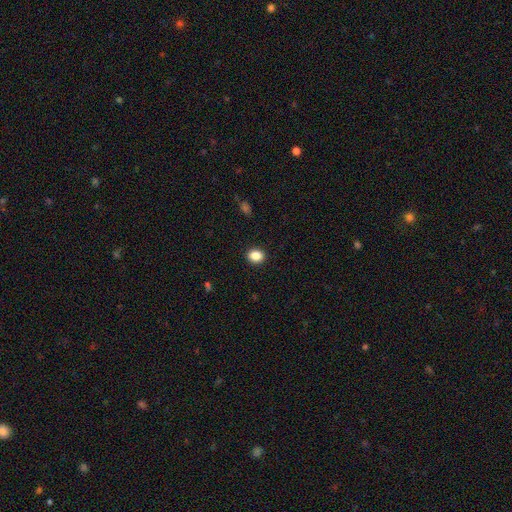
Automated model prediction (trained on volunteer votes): smooth-or-featured: smooth: 87% | star or artifact: 9% | featured or disk: 4%
  how-rounded: round: 53% | in between: 46% | cigar-shaped: 1%
  merging: none: 91% | minor disturbance: 6% | major disturbance: 2% | merger: 1%